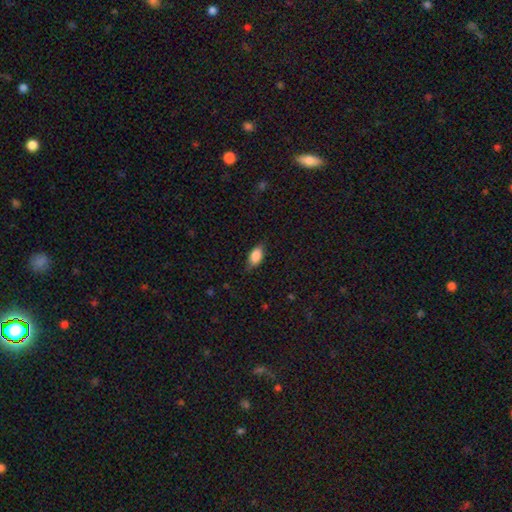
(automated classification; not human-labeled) smooth_or_featured: smooth (p=0.85) [alt: featured or disk p=0.07]
how_rounded: in between (p=0.89) [alt: round p=0.06]
merging: none (p=0.78) [alt: minor disturbance p=0.17]